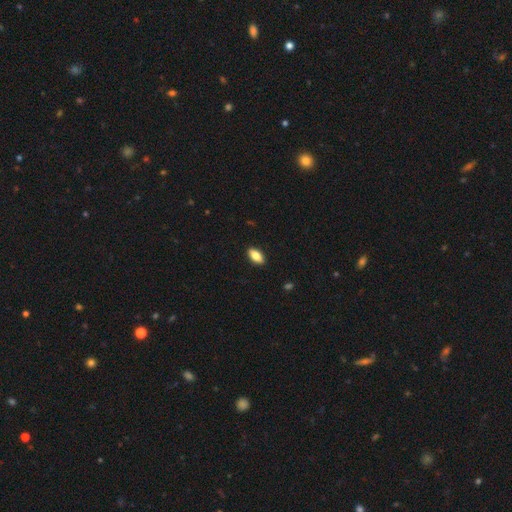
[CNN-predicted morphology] This is clearly a smooth galaxy (82%). How rounded: clearly in between (89%). Merging: clearly none (90%).